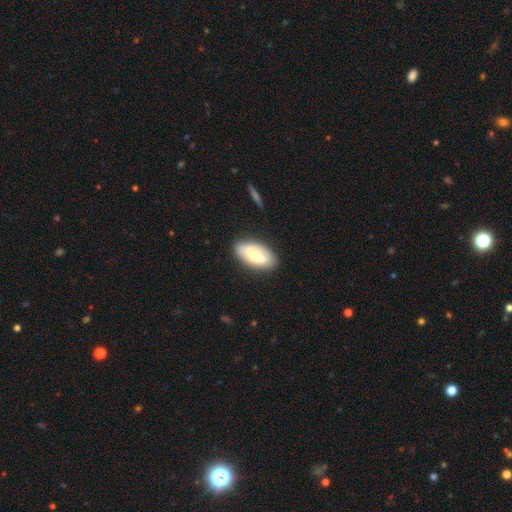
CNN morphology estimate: A smooth galaxy with no disk features (55%) that is in between round and cigar-shaped (87%).

Vote fractions:
- Smooth or featured? smooth: 55% / featured or disk: 38% / star or artifact: 7%
- How rounded? in between: 87% / cigar-shaped: 10% / round: 3%
- Merging? none: 78% / minor disturbance: 15% / major disturbance: 4% / merger: 2%